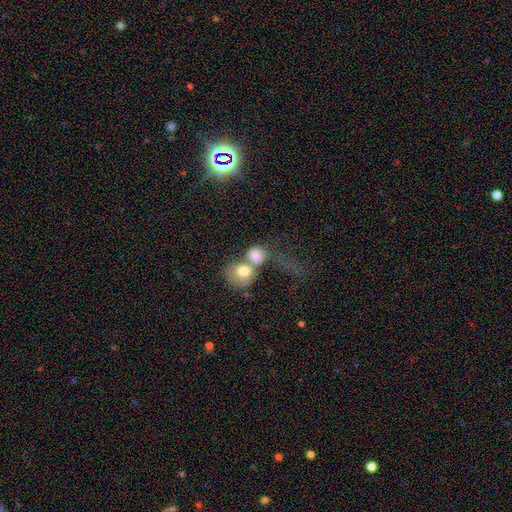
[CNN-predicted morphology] This is likely a smooth galaxy (68%). How rounded: possibly in between (52%). Merging: likely merger (71%).